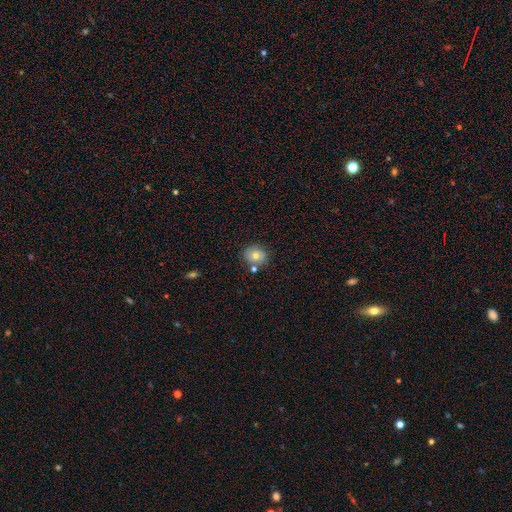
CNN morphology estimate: A smooth galaxy with no disk features (72%) that is round (76%). Merging: none (73%).